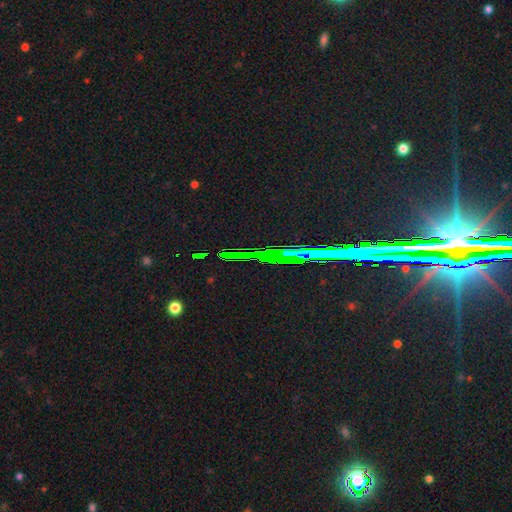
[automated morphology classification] smooth_or_featured: star or artifact (p=0.76) [alt: smooth p=0.13]